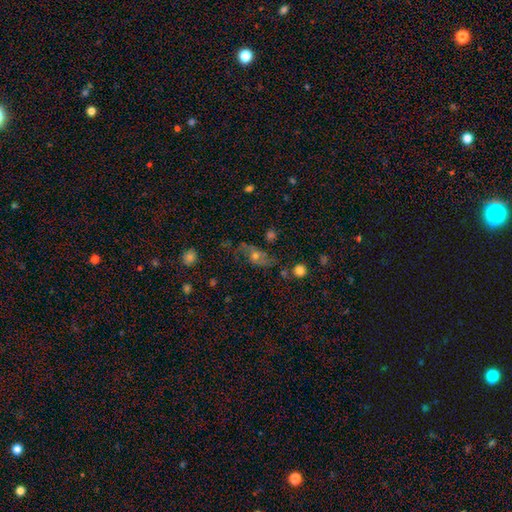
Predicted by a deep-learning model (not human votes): A featured or disk galaxy (45%). Merging: none (58%).